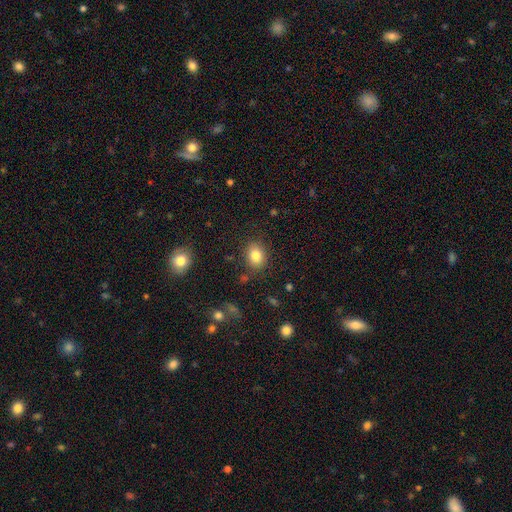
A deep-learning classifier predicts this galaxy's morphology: This is clearly a smooth galaxy (82%). How rounded: possibly in between (55%). Merging: clearly none (83%).